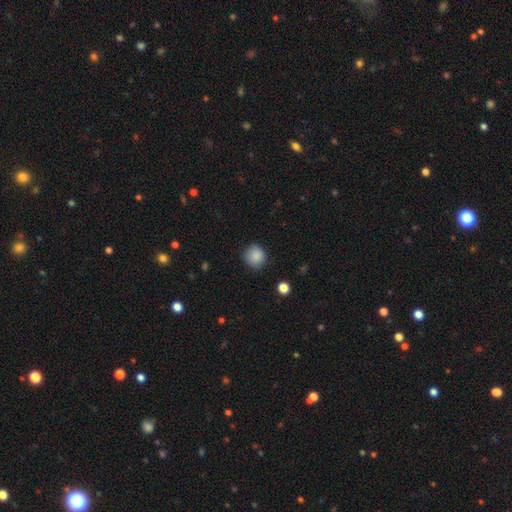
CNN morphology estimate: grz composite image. It shows a smooth galaxy with no disk features (86%) that is round (88%). Merging: none (82%).